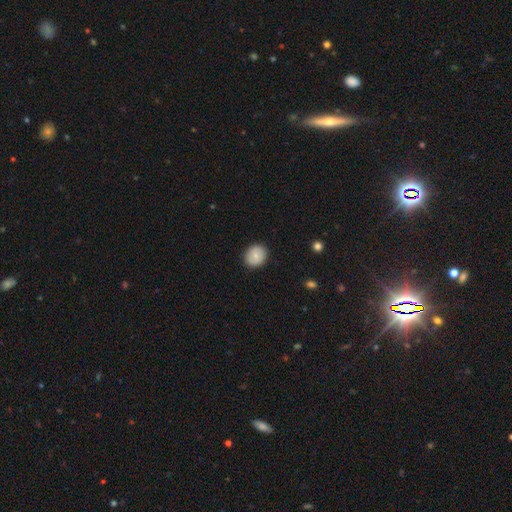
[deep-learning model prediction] Smooth or featured? Predicted: smooth (p=0.79). How rounded? Predicted: round (p=0.71). Merging? Predicted: none (p=0.88).